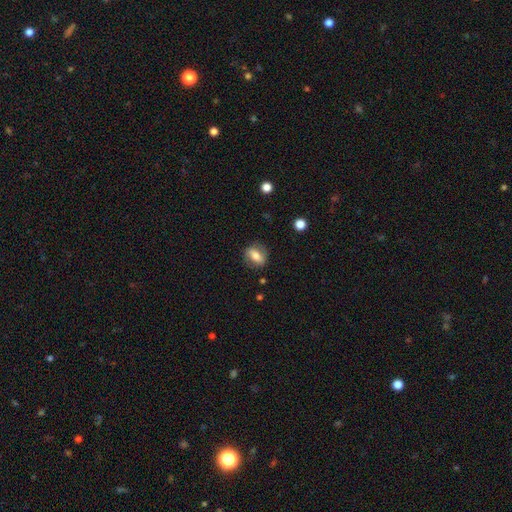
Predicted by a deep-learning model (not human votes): A smooth galaxy with no disk features (54%) that is in between round and cigar-shaped (65%). Merging: none (78%).